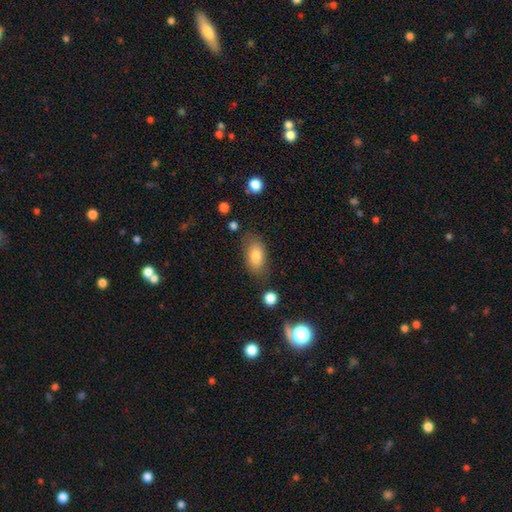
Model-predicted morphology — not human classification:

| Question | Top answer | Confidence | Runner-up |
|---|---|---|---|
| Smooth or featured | smooth | 82% | featured or disk (11%) |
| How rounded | in between | 91% | round (6%) |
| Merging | none | 74% | minor disturbance (17%) |